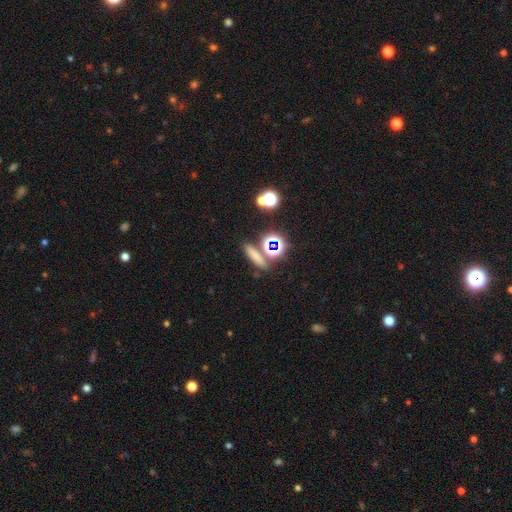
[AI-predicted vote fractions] A smooth galaxy with no disk features (63%) that is cigar-shaped (63%).

Vote fractions:
- Smooth or featured? smooth: 63% / star or artifact: 24% / featured or disk: 13%
- How rounded? cigar-shaped: 63% / in between: 22% / round: 15%
- Merging? none: 76% / merger: 11% / minor disturbance: 9% / major disturbance: 4%